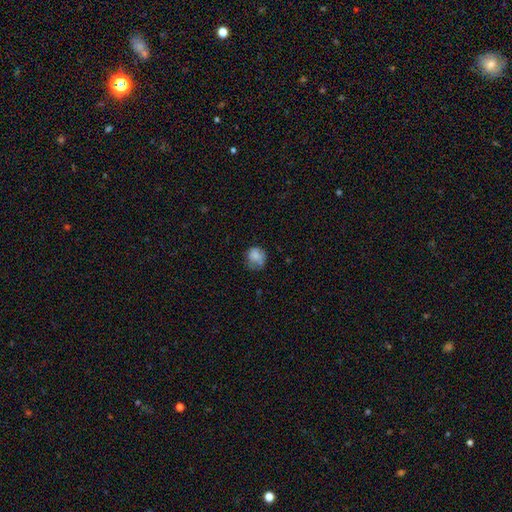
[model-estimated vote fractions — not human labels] smooth 76%, featured or disk 14%, star or artifact 10%. Down the decision tree: how rounded — round (76%); merging — none (57%).